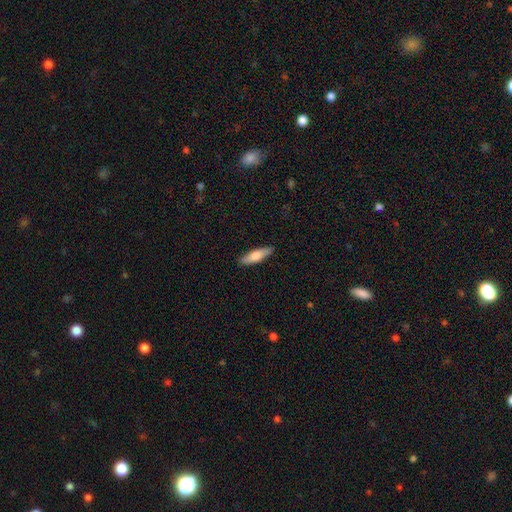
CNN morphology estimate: Smooth or featured? smooth (69%)
How rounded? cigar-shaped (65%)
Merging? none (89%)